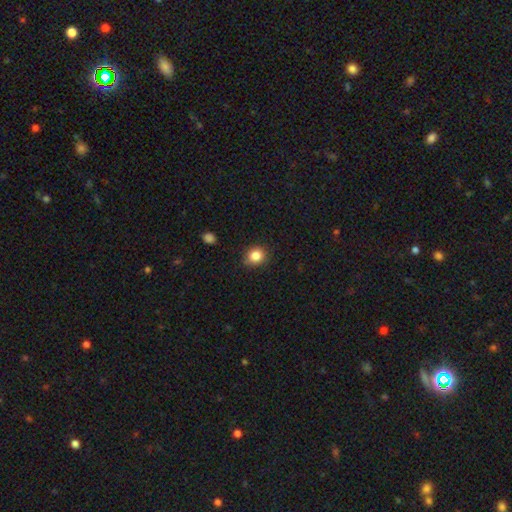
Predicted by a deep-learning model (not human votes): Smooth or featured? Predicted: smooth (p=0.84). How rounded? Predicted: round (p=0.79). Merging? Predicted: none (p=0.84).